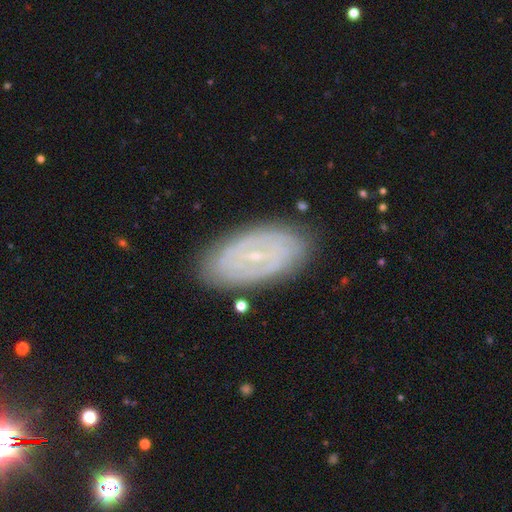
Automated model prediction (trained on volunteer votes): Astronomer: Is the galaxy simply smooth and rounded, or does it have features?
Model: featured or disk — 74%.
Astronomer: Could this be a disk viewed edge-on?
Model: no — 93%.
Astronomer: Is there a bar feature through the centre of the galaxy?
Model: no — 43% (runner-up: weak, 40%).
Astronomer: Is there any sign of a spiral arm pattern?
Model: yes — 76%.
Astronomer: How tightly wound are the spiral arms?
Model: tight — 66%.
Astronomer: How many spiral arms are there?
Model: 2 — 44% (runner-up: can't tell, 38%).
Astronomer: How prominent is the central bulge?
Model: small — 83%.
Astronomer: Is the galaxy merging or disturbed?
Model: none — 84%.